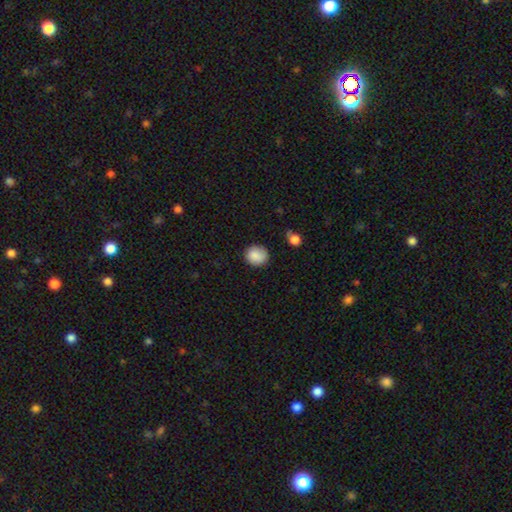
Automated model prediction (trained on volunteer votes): This is clearly a smooth galaxy (87%). How rounded: clearly round (84%). Merging: clearly none (82%).